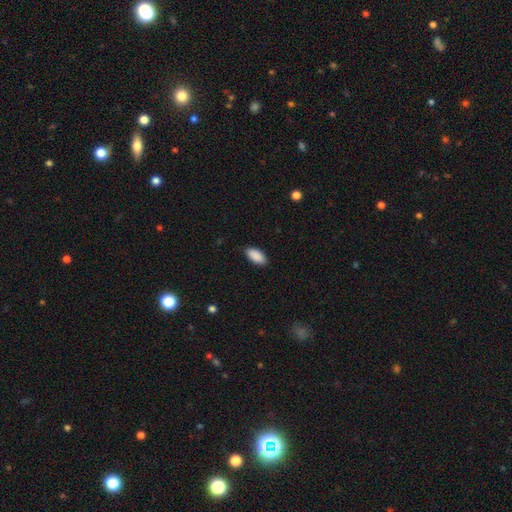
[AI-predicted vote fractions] Smooth or featured? Predicted: smooth (p=0.91). How rounded? Predicted: in between (p=0.92). Merging? Predicted: none (p=0.88).